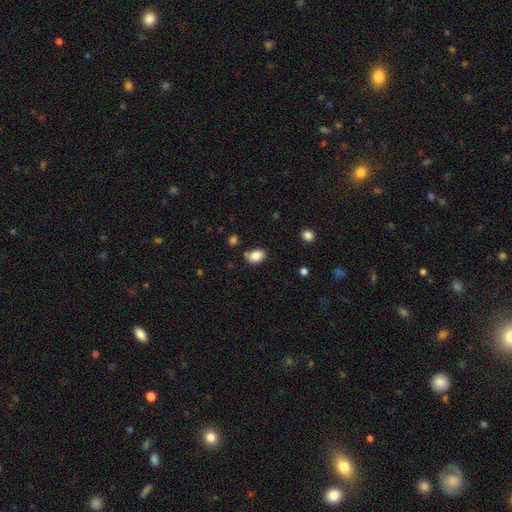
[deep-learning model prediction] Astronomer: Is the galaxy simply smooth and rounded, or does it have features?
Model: smooth — 84%.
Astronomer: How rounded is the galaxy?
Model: in between — 74%.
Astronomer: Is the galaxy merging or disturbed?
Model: none — 70%.